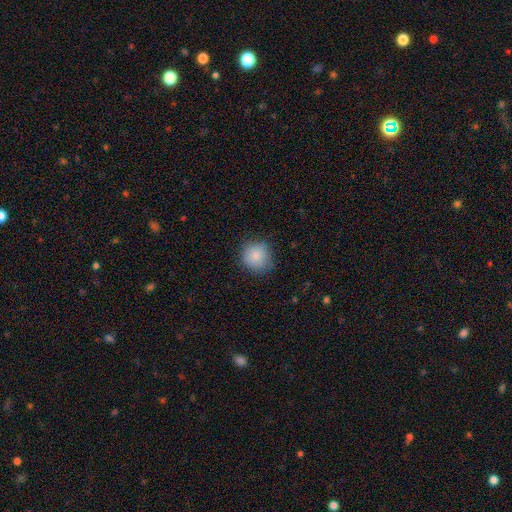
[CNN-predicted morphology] This is clearly a smooth galaxy (85%). How rounded: clearly round (90%). Merging: likely none (76%).